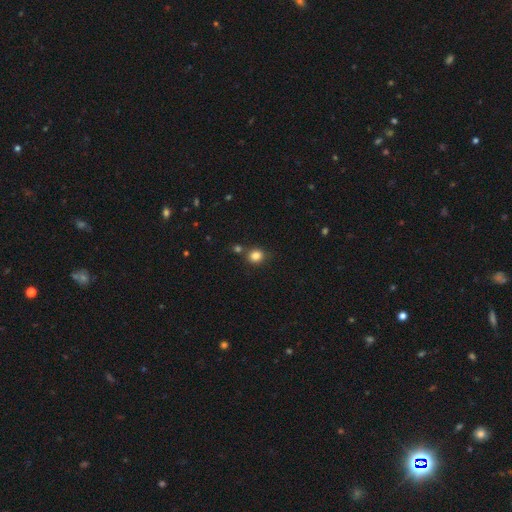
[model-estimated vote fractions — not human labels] Smooth or featured? Predicted: smooth (p=0.84). How rounded? Predicted: round (p=0.82). Merging? Predicted: none (p=0.75).